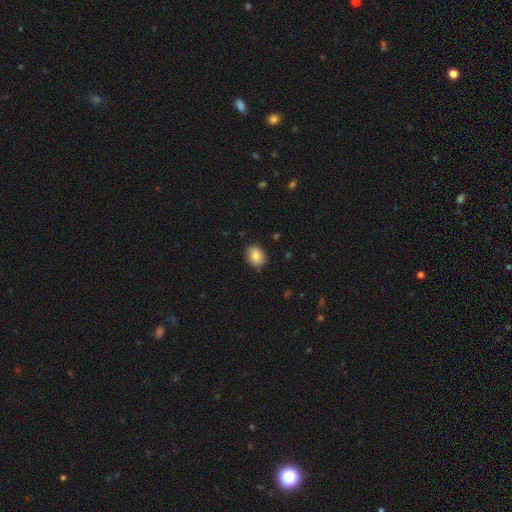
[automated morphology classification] Smooth or featured?
  - smooth: 83% *
  - featured or disk: 9%
  - star or artifact: 8%
How rounded?
  - in between: 51% *
  - round: 48%
  - cigar-shaped: 1%
Merging?
  - none: 83% *
  - minor disturbance: 13%
  - major disturbance: 2%
  - merger: 1%